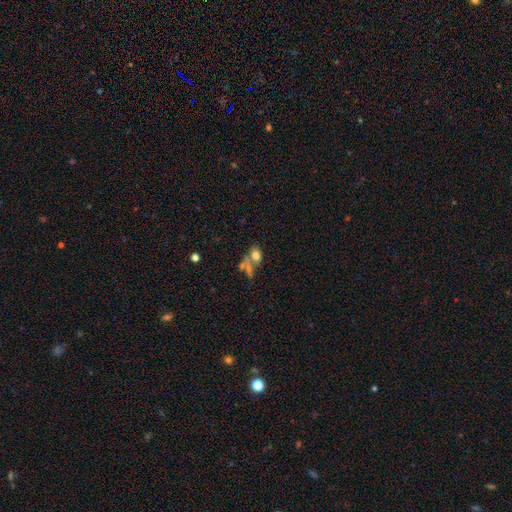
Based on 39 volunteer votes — A smooth galaxy with no disk features (77%) that is in between round and cigar-shaped (67%). Merging: merger (42%).